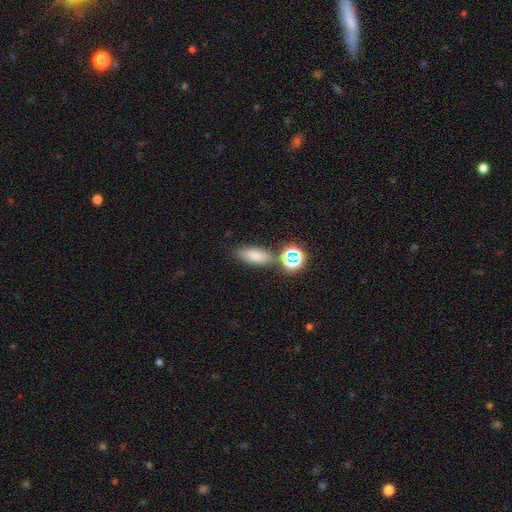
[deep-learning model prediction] A smooth galaxy with no disk features (75%) that is in between round and cigar-shaped (70%). Merging: none (75%).